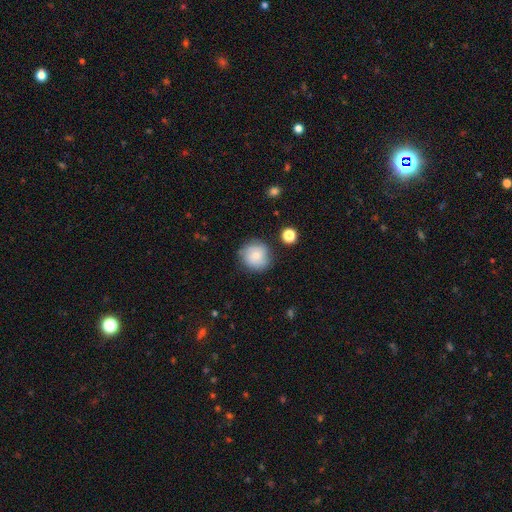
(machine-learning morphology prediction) smooth_or_featured: smooth (p=0.68) [alt: featured or disk p=0.23]
how_rounded: round (p=0.91) [alt: in between p=0.08]
merging: none (p=0.80) [alt: minor disturbance p=0.14]